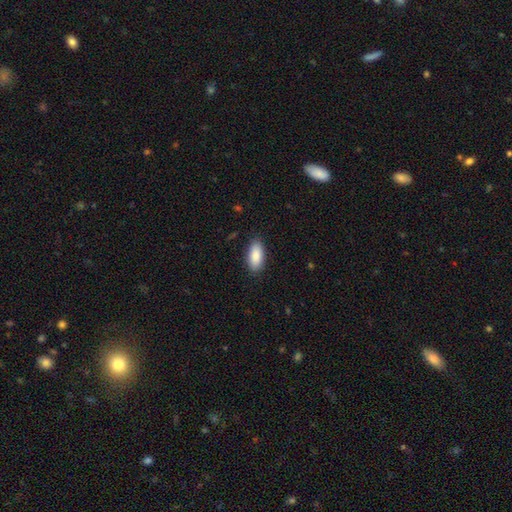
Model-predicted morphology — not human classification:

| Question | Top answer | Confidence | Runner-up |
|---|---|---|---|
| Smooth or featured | smooth | 88% | star or artifact (6%) |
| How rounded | in between | 91% | cigar-shaped (7%) |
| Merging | none | 86% | minor disturbance (10%) |